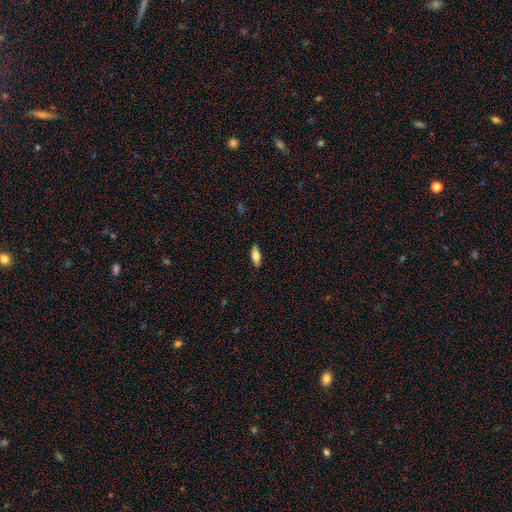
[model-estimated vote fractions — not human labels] This appears to be a smooth galaxy with no disk features (75%) that is in between round and cigar-shaped (77%). Merging: none (88%).